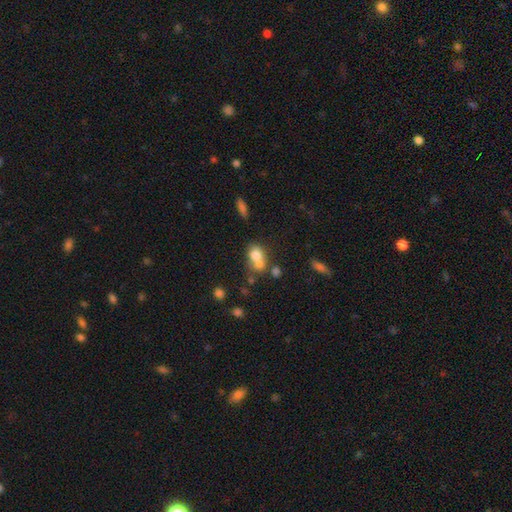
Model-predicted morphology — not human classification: Overall: smooth (69%). How rounded: in between (53%; round 46%). Merging: merger (56%; none 27%).